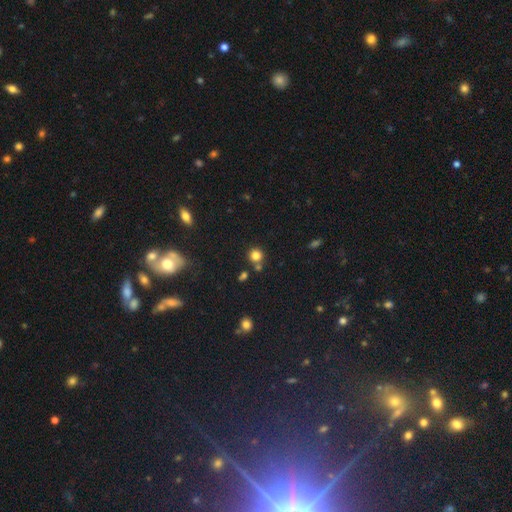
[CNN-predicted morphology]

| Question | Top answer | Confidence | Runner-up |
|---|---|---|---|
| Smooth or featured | smooth | 80% | star or artifact (14%) |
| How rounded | round | 89% | in between (10%) |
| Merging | none | 70% | merger (18%) |